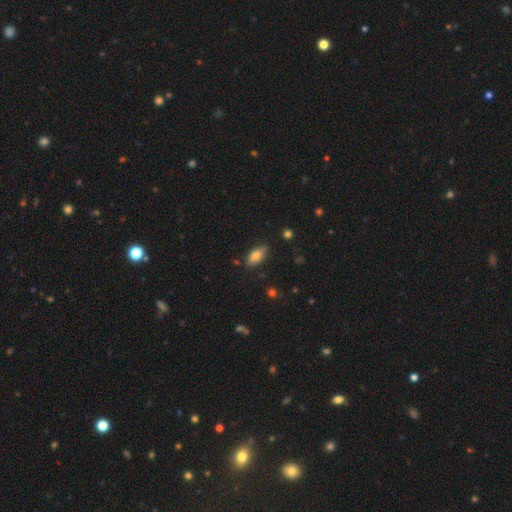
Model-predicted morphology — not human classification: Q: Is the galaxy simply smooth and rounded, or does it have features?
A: smooth — 72%.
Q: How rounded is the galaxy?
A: in between — 84%.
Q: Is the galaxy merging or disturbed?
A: none — 80%.